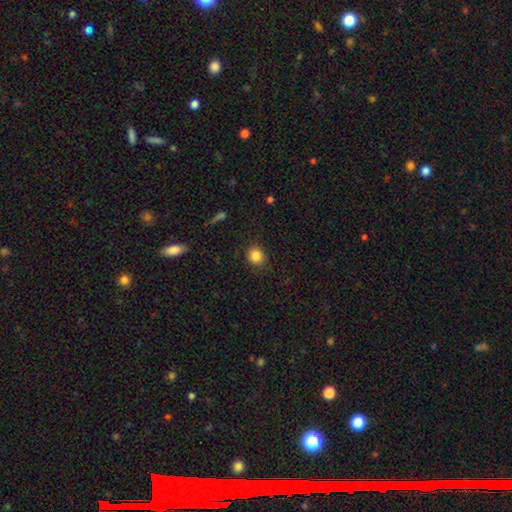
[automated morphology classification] A smooth galaxy with no disk features (85%) that is round (85%).

Vote fractions:
- Smooth or featured? smooth: 85% / star or artifact: 10% / featured or disk: 4%
- How rounded? round: 85% / in between: 14% / cigar-shaped: 1%
- Merging? none: 87% / minor disturbance: 9% / major disturbance: 3% / merger: 1%